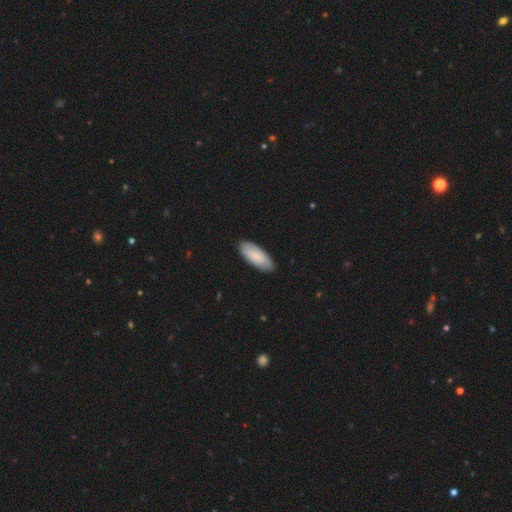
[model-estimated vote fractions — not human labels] This appears to be a smooth galaxy with no disk features (85%) that is in between round and cigar-shaped (82%). Merging: none (87%).